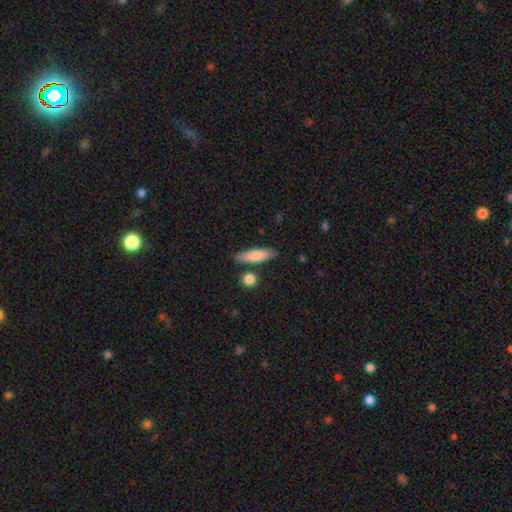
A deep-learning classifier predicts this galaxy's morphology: Q: Smooth or featured?
A: smooth (80%); runner-up: featured or disk (14%)
Q: How rounded?
A: cigar-shaped (69%); runner-up: in between (29%)
Q: Merging?
A: none (79%); runner-up: minor disturbance (12%)